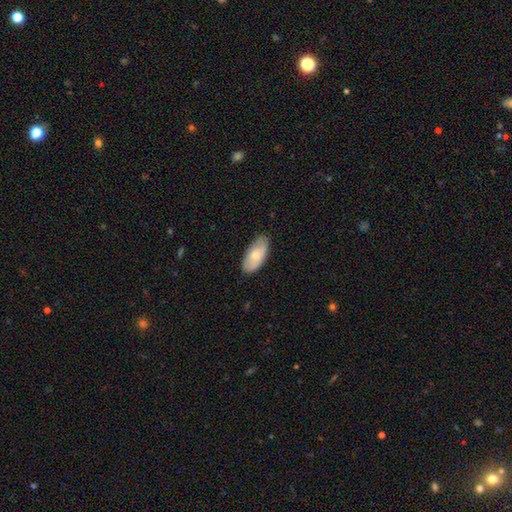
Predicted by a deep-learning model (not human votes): Q: Smooth or featured?
A: smooth (71%); runner-up: featured or disk (24%)
Q: How rounded?
A: in between (93%); runner-up: cigar-shaped (5%)
Q: Merging?
A: none (78%); runner-up: minor disturbance (18%)